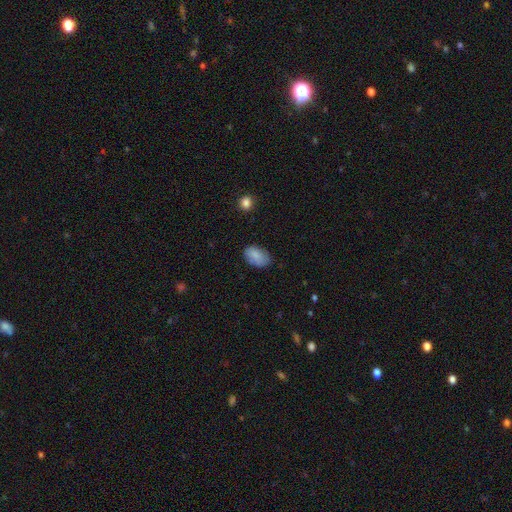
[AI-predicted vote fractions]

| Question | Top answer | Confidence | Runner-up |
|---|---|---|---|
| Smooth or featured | smooth | 86% | star or artifact (7%) |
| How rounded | in between | 91% | round (8%) |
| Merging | none | 78% | minor disturbance (17%) |